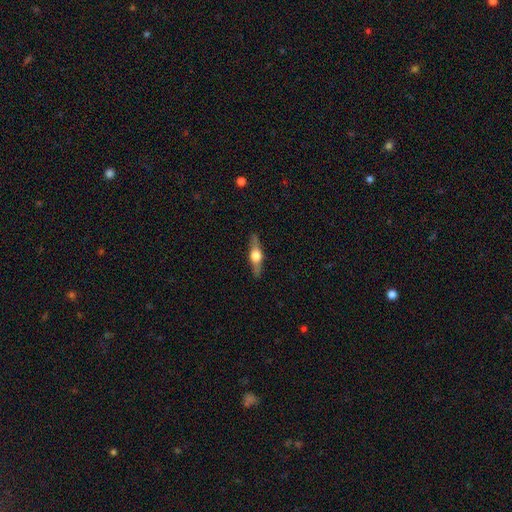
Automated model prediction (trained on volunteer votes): Smooth or featured?
  - featured or disk: 67% *
  - smooth: 27%
  - star or artifact: 6%
Edge-on disk?
  - yes: 96% *
  - no: 4%
Edge-on bulge?
  - rounded: 94% *
  - boxy: 4%
  - none: 1%
Merging?
  - none: 88% *
  - minor disturbance: 9%
  - major disturbance: 2%
  - merger: 1%